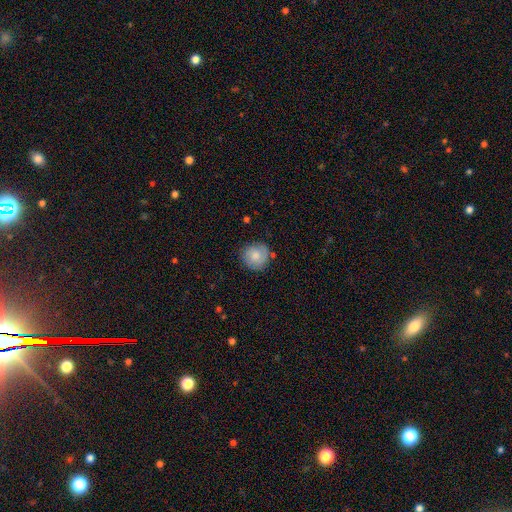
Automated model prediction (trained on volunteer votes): smooth-or-featured: smooth: 55% | featured or disk: 37% | star or artifact: 8%
  how-rounded: round: 89% | in between: 10% | cigar-shaped: 1%
  merging: none: 80% | minor disturbance: 15% | major disturbance: 4% | merger: 2%